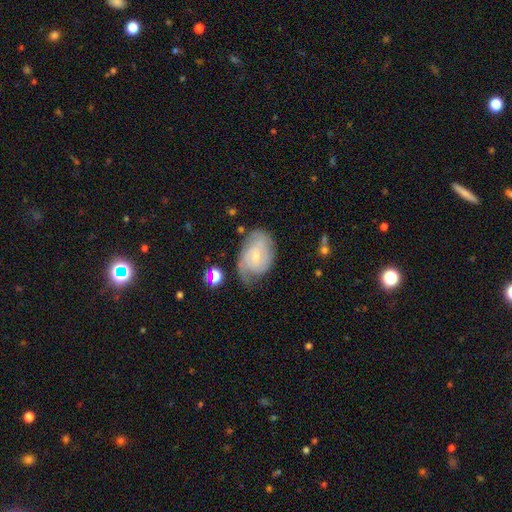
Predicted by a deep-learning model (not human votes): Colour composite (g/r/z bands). It shows a featured or disk galaxy (69%) with no bar (52%), 2 (39%) tight (54%) spiral arms (90%) and a small central bulge (69%). Merging: none (55%).